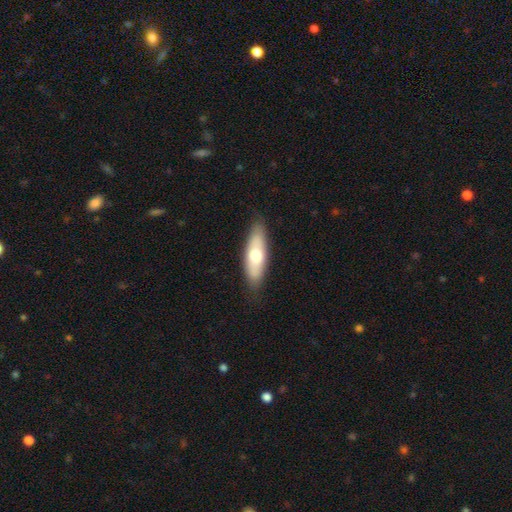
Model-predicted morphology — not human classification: Smooth or featured? Predicted: smooth (p=0.61). How rounded? Predicted: in between (p=0.62). Merging? Predicted: none (p=0.84).